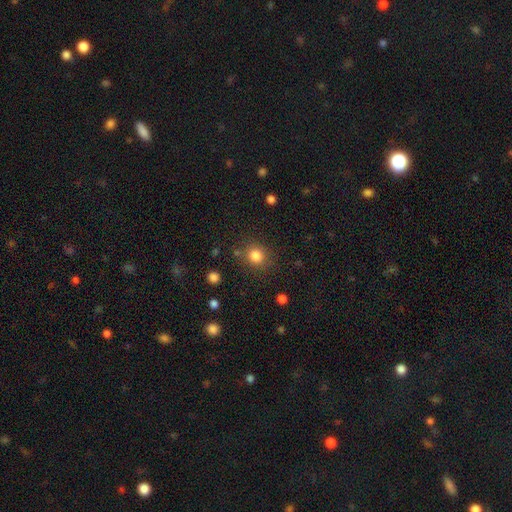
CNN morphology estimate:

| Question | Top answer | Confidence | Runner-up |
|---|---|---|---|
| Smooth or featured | smooth | 82% | star or artifact (12%) |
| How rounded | round | 83% | in between (16%) |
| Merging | none | 81% | minor disturbance (10%) |